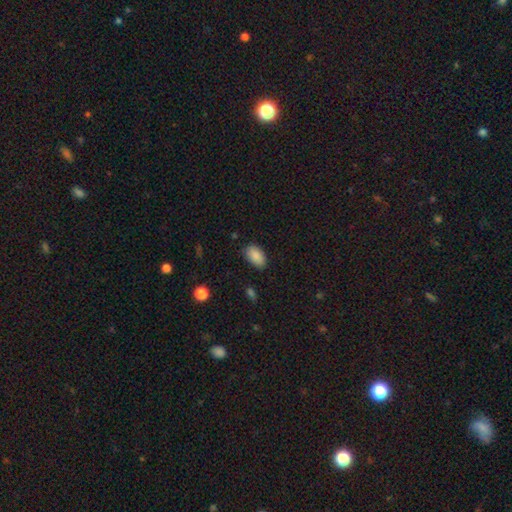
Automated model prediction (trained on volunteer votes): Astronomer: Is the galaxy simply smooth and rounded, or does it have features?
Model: smooth — 88%.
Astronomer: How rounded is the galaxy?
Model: in between — 92%.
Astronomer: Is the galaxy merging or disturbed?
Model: none — 83%.